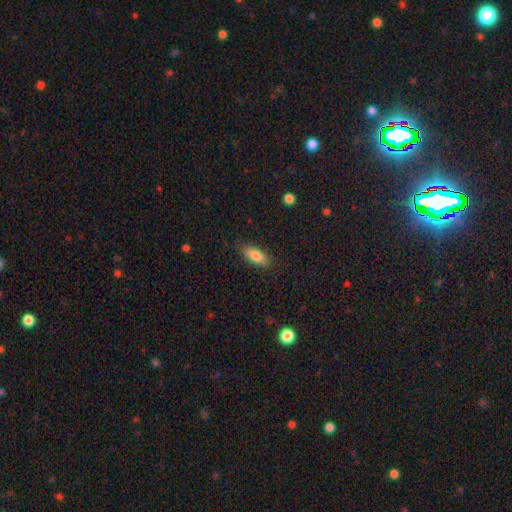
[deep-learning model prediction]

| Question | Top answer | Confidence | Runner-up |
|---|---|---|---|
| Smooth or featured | smooth | 82% | featured or disk (11%) |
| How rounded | in between | 80% | cigar-shaped (18%) |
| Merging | none | 86% | minor disturbance (10%) |